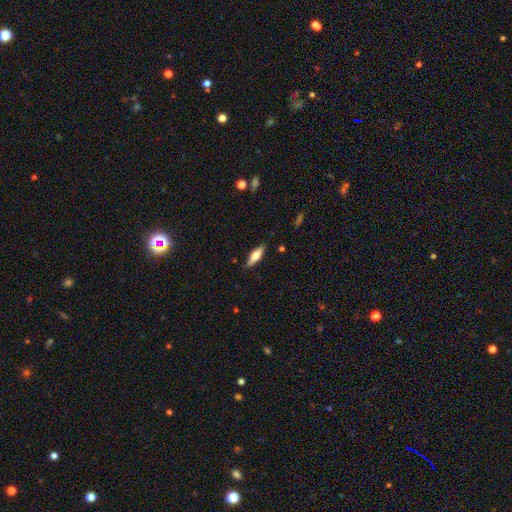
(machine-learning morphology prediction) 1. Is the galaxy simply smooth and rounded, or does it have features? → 59% smooth, 34% featured or disk, 6% star or artifact.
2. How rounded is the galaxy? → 49% in between (tied), 49% cigar-shaped (tied), 2% round.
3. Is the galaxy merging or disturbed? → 86% none, 10% minor disturbance, 2% major disturbance, 1% merger.